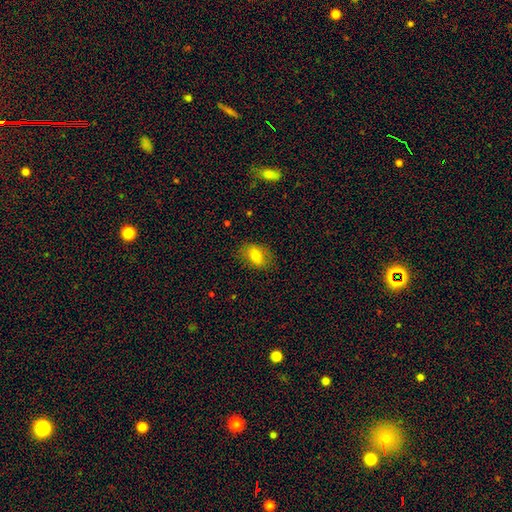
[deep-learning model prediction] Smooth or featured?
  - smooth: 74% *
  - featured or disk: 17%
  - star or artifact: 9%
How rounded?
  - in between: 82% *
  - round: 16%
  - cigar-shaped: 2%
Merging?
  - none: 78% *
  - minor disturbance: 15%
  - major disturbance: 5%
  - merger: 1%